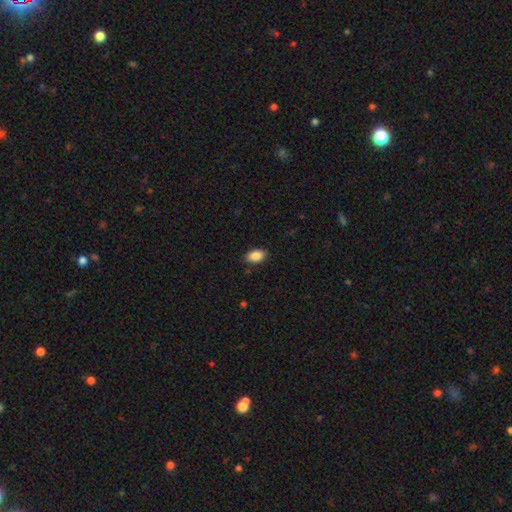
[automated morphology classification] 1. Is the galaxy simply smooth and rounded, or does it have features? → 89% smooth, 7% star or artifact, 4% featured or disk.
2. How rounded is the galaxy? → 91% in between, 7% round, 2% cigar-shaped.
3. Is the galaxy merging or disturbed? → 86% none, 10% minor disturbance, 2% major disturbance, 1% merger.